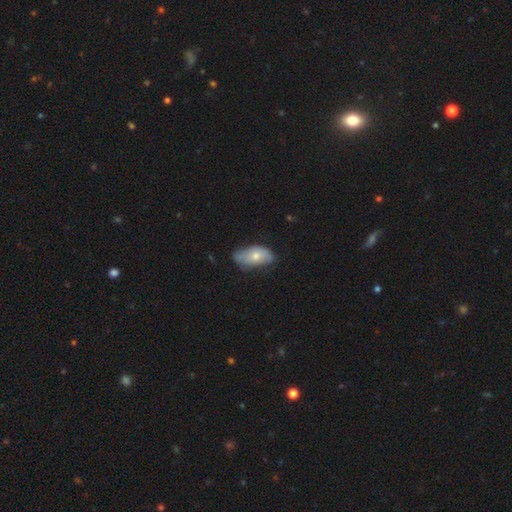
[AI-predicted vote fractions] Smooth or featured? Predicted: smooth (p=0.66). How rounded? Predicted: in between (p=0.93). Merging? Predicted: none (p=0.52).